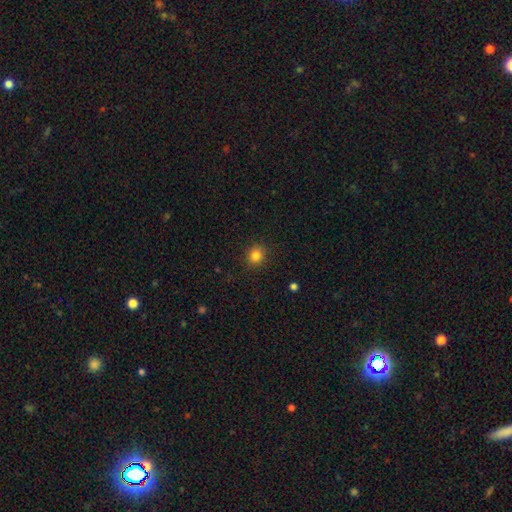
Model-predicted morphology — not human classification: A smooth galaxy with no disk features (84%) that is round (80%). Merging: none (90%).